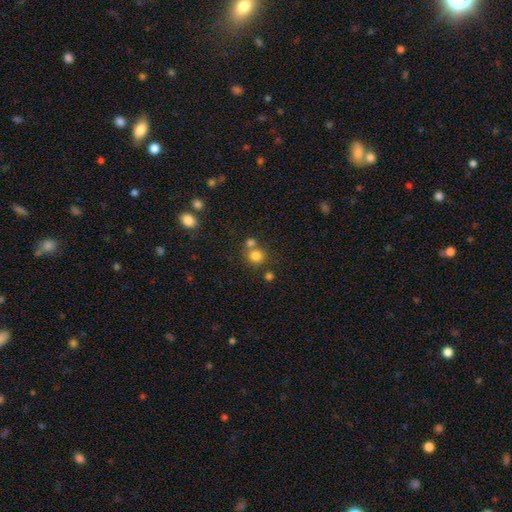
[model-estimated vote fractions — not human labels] A smooth galaxy with no disk features (79%) that is round (86%). Merging: none (58%).